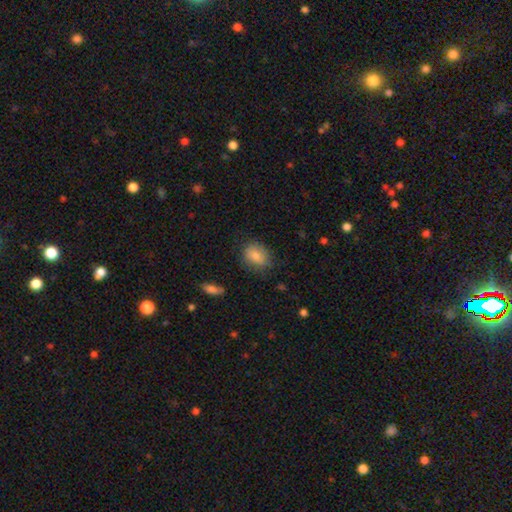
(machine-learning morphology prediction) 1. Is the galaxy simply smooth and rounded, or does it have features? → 83% smooth, 9% featured or disk, 8% star or artifact.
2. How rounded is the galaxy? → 59% in between, 40% round, 1% cigar-shaped.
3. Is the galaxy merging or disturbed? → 72% none, 21% minor disturbance, 5% major disturbance, 2% merger.